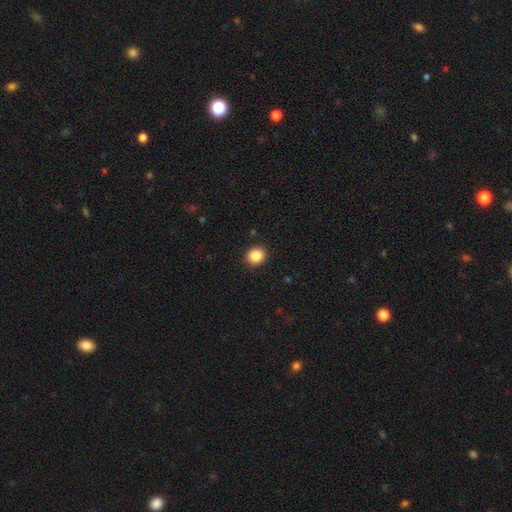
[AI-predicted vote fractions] Smooth or featured? Predicted: smooth (p=0.87). How rounded? Predicted: round (p=0.77). Merging? Predicted: none (p=0.91).